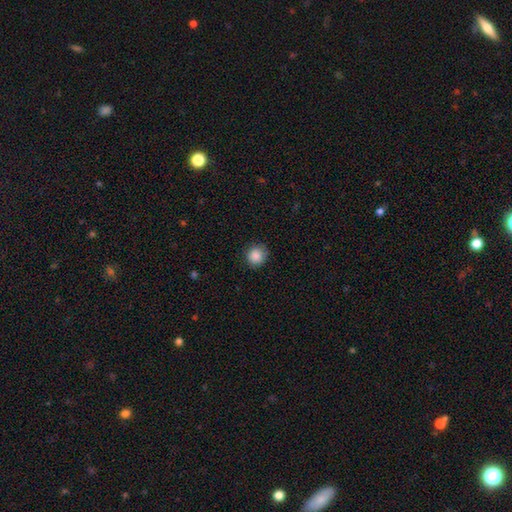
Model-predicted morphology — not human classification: Q: Smooth or featured?
A: smooth (88%); runner-up: star or artifact (9%)
Q: How rounded?
A: round (89%); runner-up: in between (10%)
Q: Merging?
A: none (84%); runner-up: minor disturbance (12%)